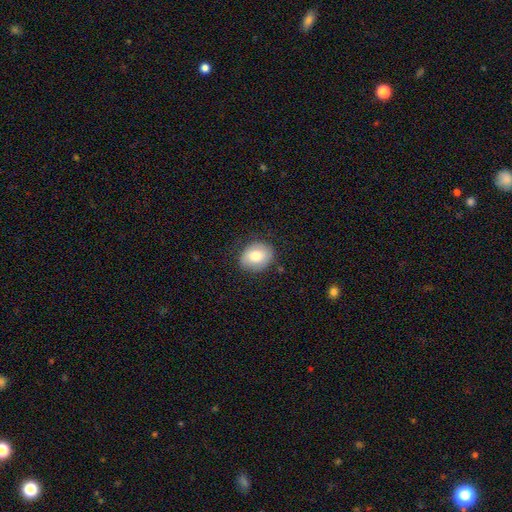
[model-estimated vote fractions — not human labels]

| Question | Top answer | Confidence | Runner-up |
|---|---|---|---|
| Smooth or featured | smooth | 77% | featured or disk (16%) |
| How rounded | in between | 50% | round (49%) |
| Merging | none | 80% | minor disturbance (15%) |